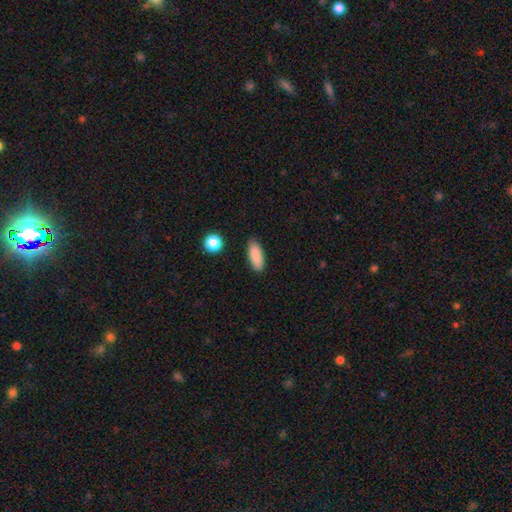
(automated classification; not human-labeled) smooth 87%, star or artifact 7%, featured or disk 6%. Down the decision tree: how rounded — in between (78%); merging — none (86%).